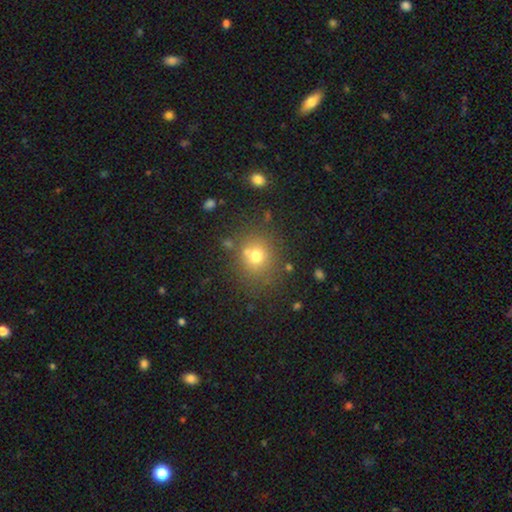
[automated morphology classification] The model was most divided on "smooth or featured": smooth: 71%, star or artifact: 17%, featured or disk: 12%. More confident: how rounded — round (81%); merging — none (74%).